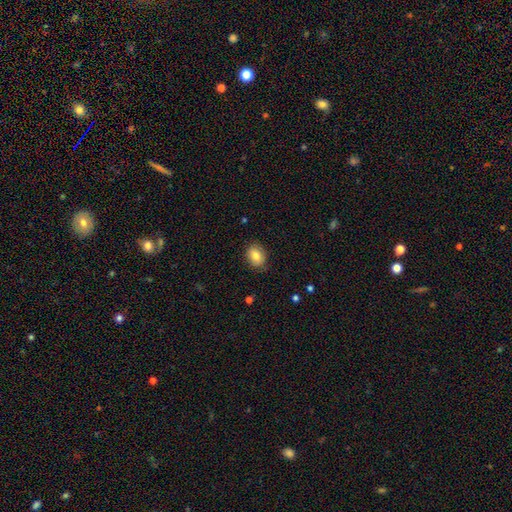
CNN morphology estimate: A smooth galaxy with no disk features (81%) that is in between round and cigar-shaped (59%). Merging: none (85%).